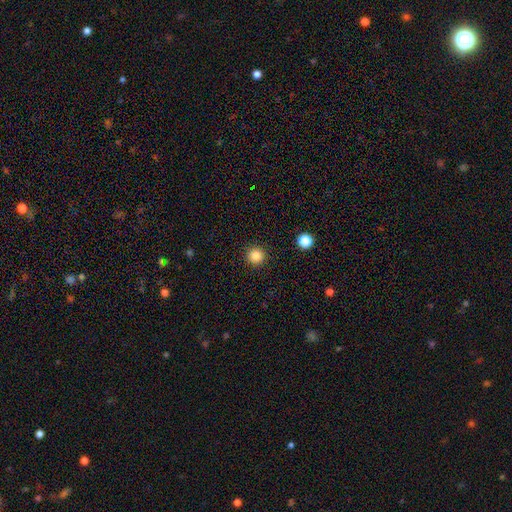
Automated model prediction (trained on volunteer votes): Overall: smooth (85%). How rounded: round (95%). Merging: none (92%).